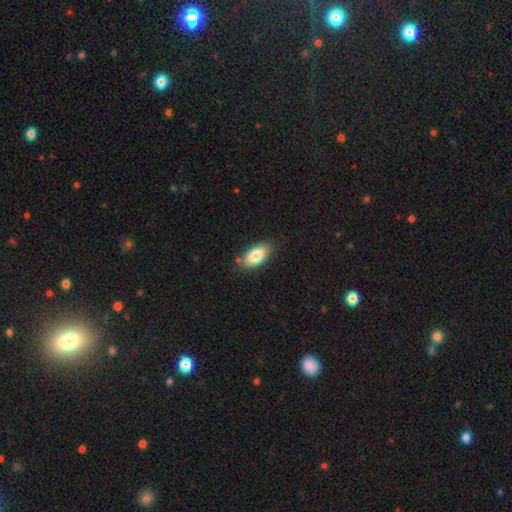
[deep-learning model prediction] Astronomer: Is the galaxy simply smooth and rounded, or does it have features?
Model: smooth — 81%.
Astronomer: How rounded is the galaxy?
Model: in between — 91%.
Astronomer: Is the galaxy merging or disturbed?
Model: none — 80%.